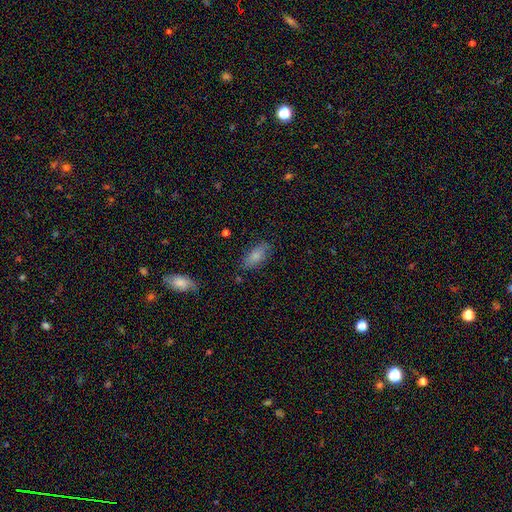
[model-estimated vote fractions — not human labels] This is likely a smooth galaxy (77%). How rounded: clearly in between (86%). Merging: likely none (78%).